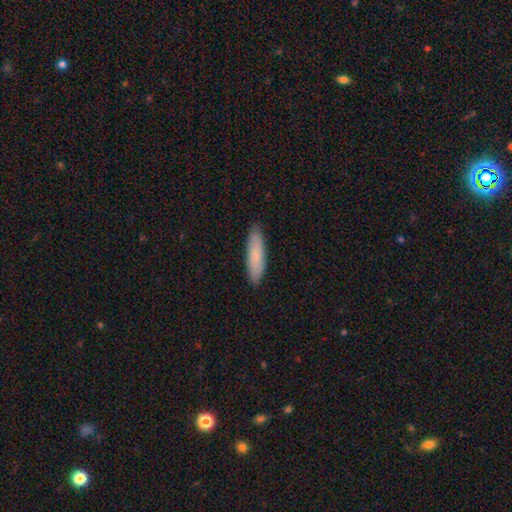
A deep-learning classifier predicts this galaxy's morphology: A smooth galaxy with no disk features (83%) that is cigar-shaped (68%).

Vote fractions:
- Smooth or featured? smooth: 83% / featured or disk: 11% / star or artifact: 6%
- How rounded? cigar-shaped: 68% / in between: 30% / round: 1%
- Merging? none: 89% / minor disturbance: 8% / major disturbance: 2% / merger: 1%